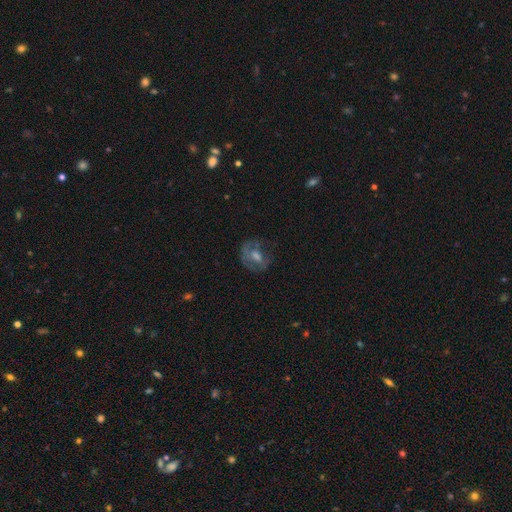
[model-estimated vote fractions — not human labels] Overall: featured or disk (55%; smooth 30%). Edge-on disk: no (96%). Bar: no (62%; weak 29%). Spiral arms: no (54%; yes 46%). Bulge size: moderate (53%; small 22%). Merging: none (59%; minor disturbance 20%).